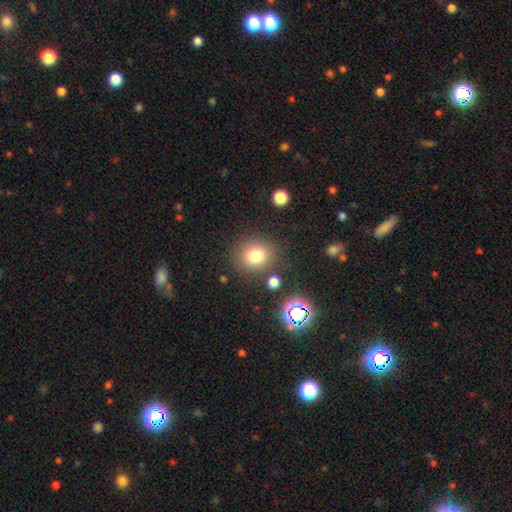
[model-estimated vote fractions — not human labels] The model was most divided on "how rounded": round: 80%, in between: 19%, cigar-shaped: 1%. More confident: merging — none (82%); smooth or featured — smooth (78%).